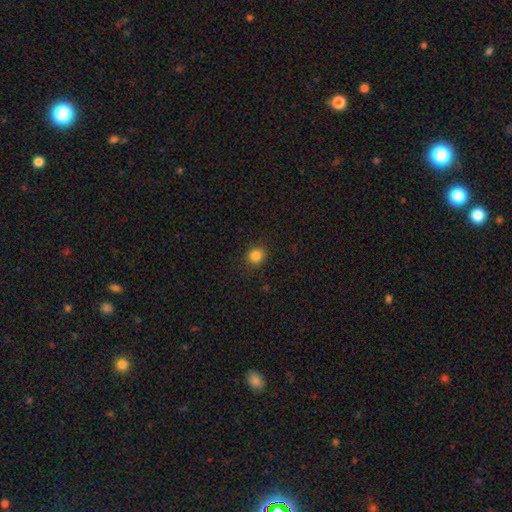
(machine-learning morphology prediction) Overall: smooth (85%). How rounded: round (85%). Merging: none (89%).